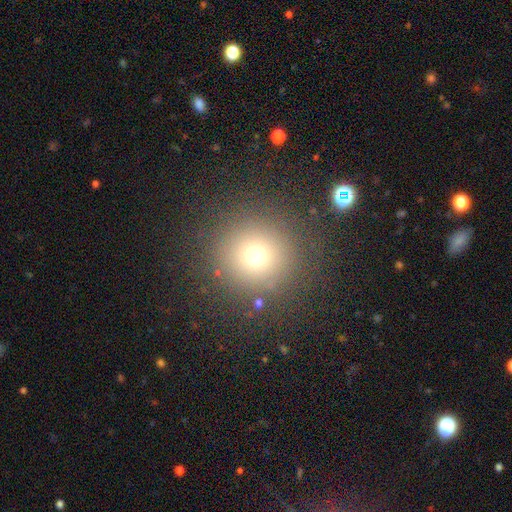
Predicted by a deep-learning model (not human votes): A smooth galaxy with no disk features (71%) that is round (95%).

Vote fractions:
- Smooth or featured? smooth: 71% / star or artifact: 19% / featured or disk: 10%
- How rounded? round: 95% / in between: 4% / cigar-shaped: 1%
- Merging? none: 87% / minor disturbance: 7% / major disturbance: 4% / merger: 2%